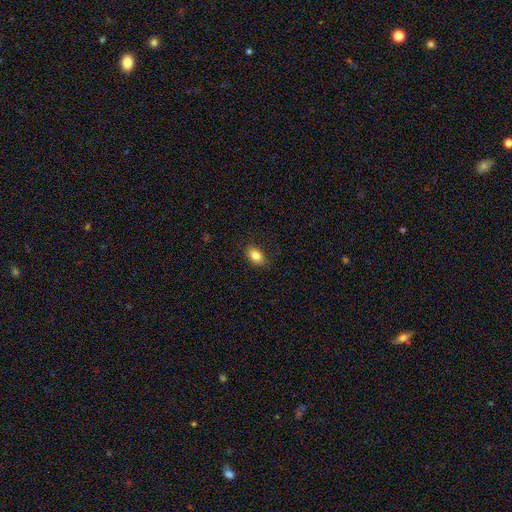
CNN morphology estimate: Smooth or featured?
  - smooth: 86% *
  - star or artifact: 9%
  - featured or disk: 6%
How rounded?
  - in between: 87% *
  - round: 12%
  - cigar-shaped: 2%
Merging?
  - none: 86% *
  - minor disturbance: 11%
  - major disturbance: 3%
  - merger: 1%